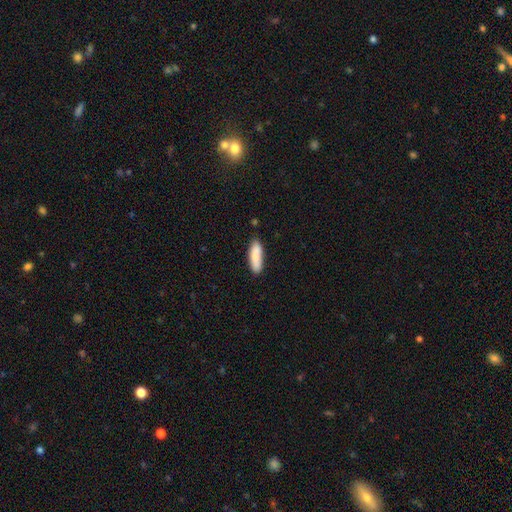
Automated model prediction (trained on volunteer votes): Overall: smooth (87%). How rounded: cigar-shaped (53%; in between 45%). Merging: none (80%).